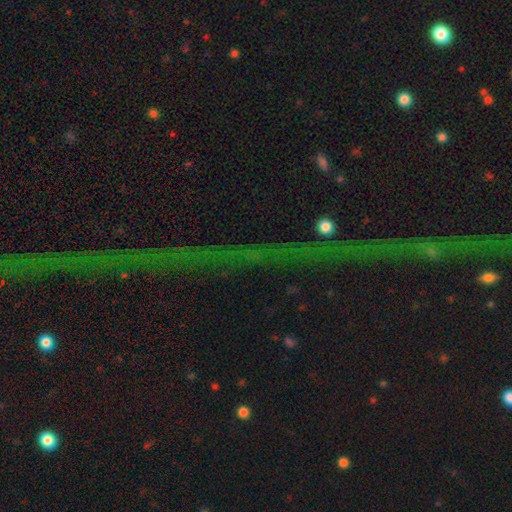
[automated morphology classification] A star or artifact, not a galaxy (72%).

Vote fractions:
- Smooth or featured? star or artifact: 72% / featured or disk: 17% / smooth: 11%